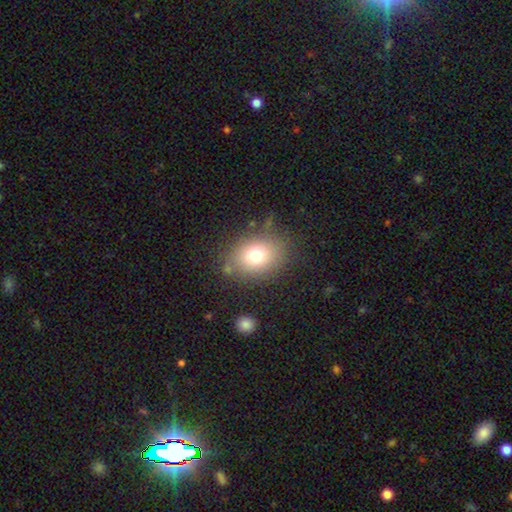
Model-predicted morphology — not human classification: Overall: smooth (73%). How rounded: in between (53%; round 46%). Merging: none (76%).